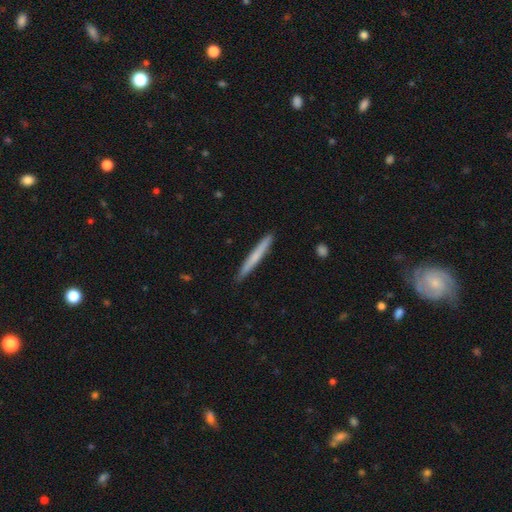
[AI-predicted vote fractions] Smooth or featured? smooth (60%)
How rounded? cigar-shaped (97%)
Merging? none (90%)